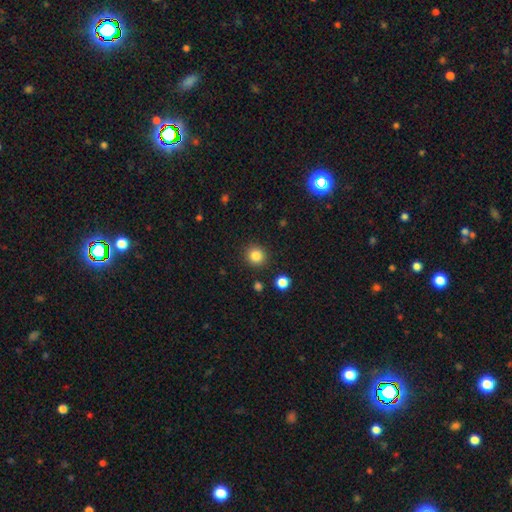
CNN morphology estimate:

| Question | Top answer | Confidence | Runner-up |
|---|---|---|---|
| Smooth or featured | smooth | 85% | star or artifact (11%) |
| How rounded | round | 92% | in between (7%) |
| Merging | none | 90% | minor disturbance (6%) |